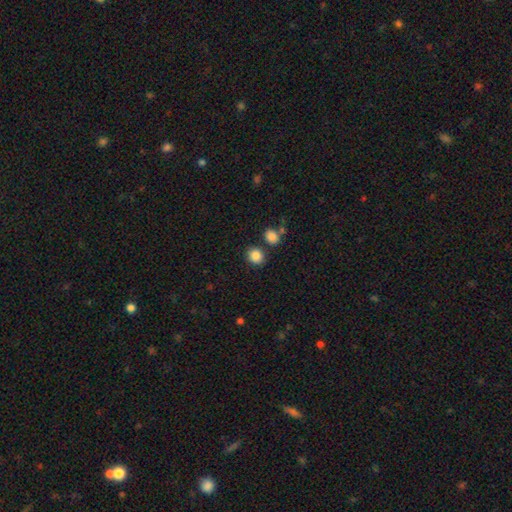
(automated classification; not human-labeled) smooth-or-featured: smooth: 86% | star or artifact: 10% | featured or disk: 4%
  how-rounded: round: 74% | in between: 25% | cigar-shaped: 1%
  merging: none: 79% | merger: 9% | minor disturbance: 9% | major disturbance: 3%